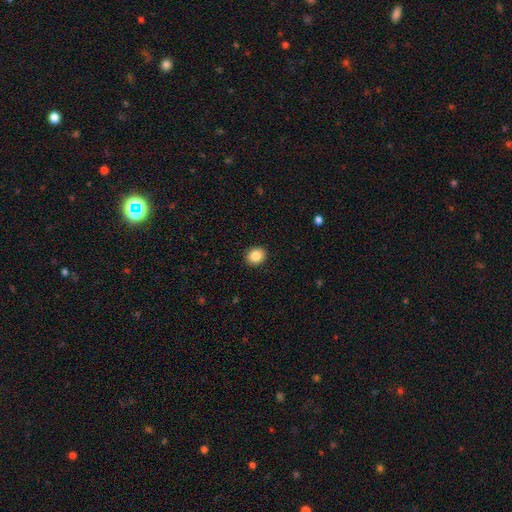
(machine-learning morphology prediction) Smooth or featured? smooth (87%)
How rounded? round (63%)
Merging? none (92%)